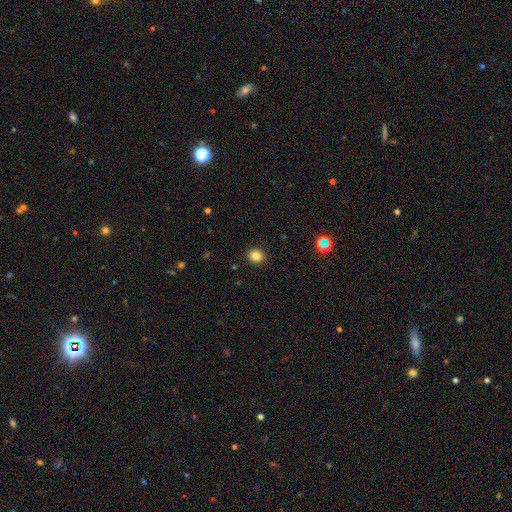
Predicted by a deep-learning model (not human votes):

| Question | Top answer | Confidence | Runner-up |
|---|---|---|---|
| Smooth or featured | smooth | 83% | star or artifact (12%) |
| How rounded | round | 84% | in between (15%) |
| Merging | none | 91% | minor disturbance (6%) |